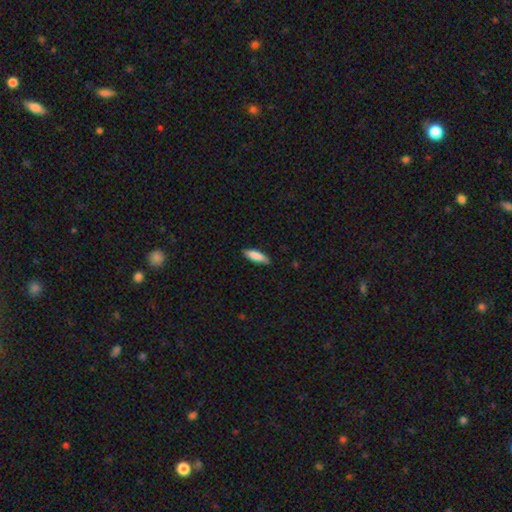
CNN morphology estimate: smooth_or_featured: smooth (p=0.85) [alt: featured or disk p=0.09]
how_rounded: cigar-shaped (p=0.53) [alt: in between p=0.46]
merging: none (p=0.86) [alt: minor disturbance p=0.11]